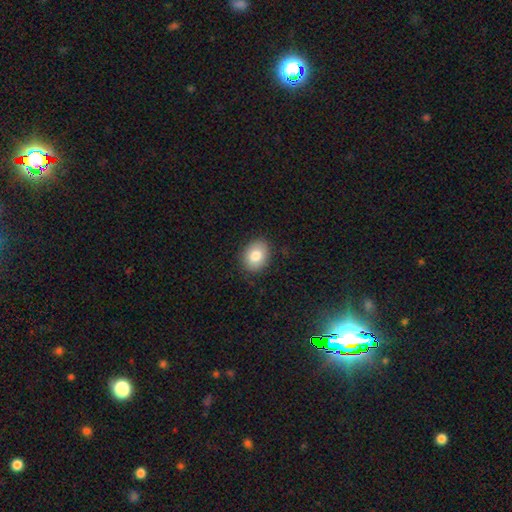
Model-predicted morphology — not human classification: This appears to be a smooth galaxy with no disk features (81%) that is in between round and cigar-shaped (60%). Merging: none (86%).